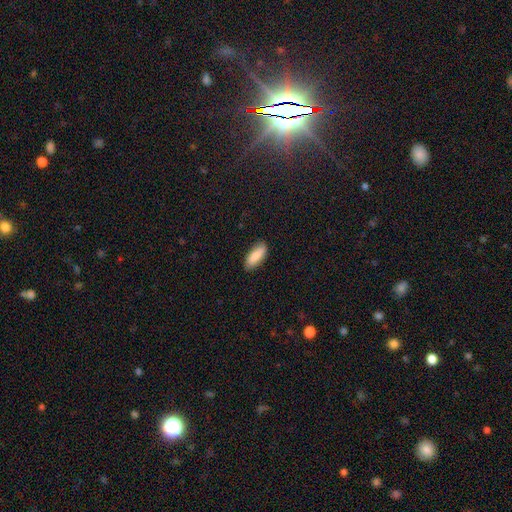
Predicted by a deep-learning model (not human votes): smooth-or-featured: smooth: 84% | featured or disk: 10% | star or artifact: 6%
  how-rounded: in between: 76% | cigar-shaped: 22% | round: 2%
  merging: none: 87% | minor disturbance: 10% | major disturbance: 2% | merger: 1%